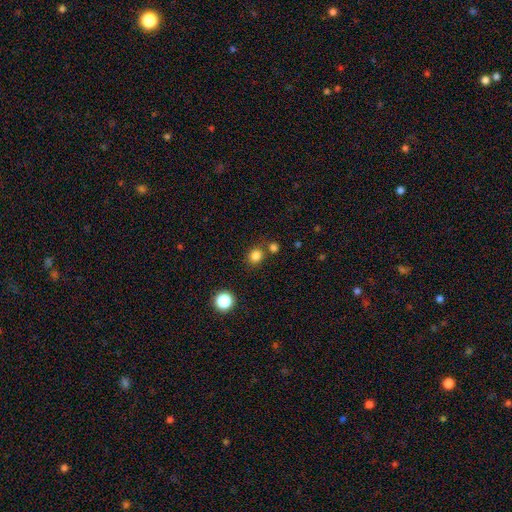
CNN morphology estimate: smooth 82%, star or artifact 14%, featured or disk 4%. Down the decision tree: how rounded — round (78%); merging — none (76%).